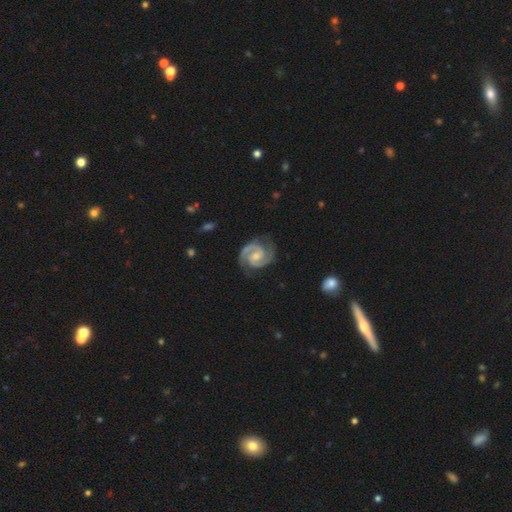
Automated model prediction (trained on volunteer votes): Smooth or featured: featured or disk — 93% (star or artifact — 4%)
Edge-on disk: no — 98% (yes — 2%)
Bar: no — 45% (weak — 44%)
Spiral arms: yes — 99% (no — 1%)
Spiral winding: medium — 50% (tight — 43%)
Spiral arm count: 2 — 94% (3 — 2%)
Bulge size: small — 50% (moderate — 40%)
Merging: none — 80% (minor disturbance — 14%)